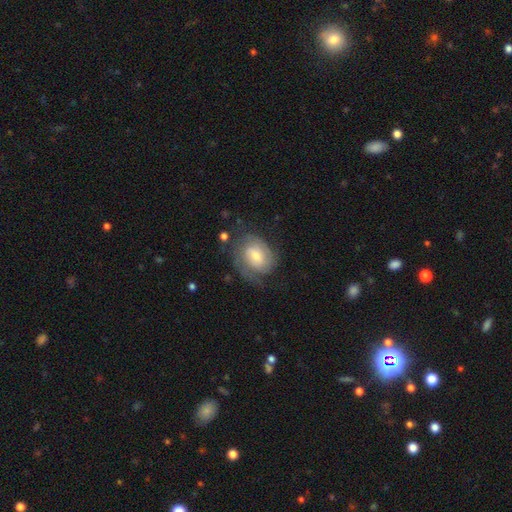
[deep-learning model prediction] Smooth or featured: featured or disk — 70% (smooth — 23%)
Edge-on disk: no — 97% (yes — 3%)
Bar: weak — 45% (no — 44%)
Spiral arms: yes — 88% (no — 12%)
Spiral winding: tight — 54% (medium — 33%)
Spiral arm count: 2 — 48% (can't tell — 29%)
Bulge size: moderate — 51% (small — 41%)
Merging: none — 62% (minor disturbance — 21%)